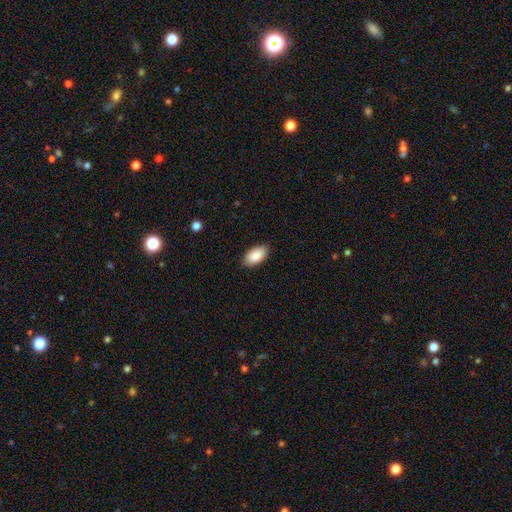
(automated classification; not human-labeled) This appears to be a smooth galaxy with no disk features (89%) that is in between round and cigar-shaped (95%). Merging: none (88%).